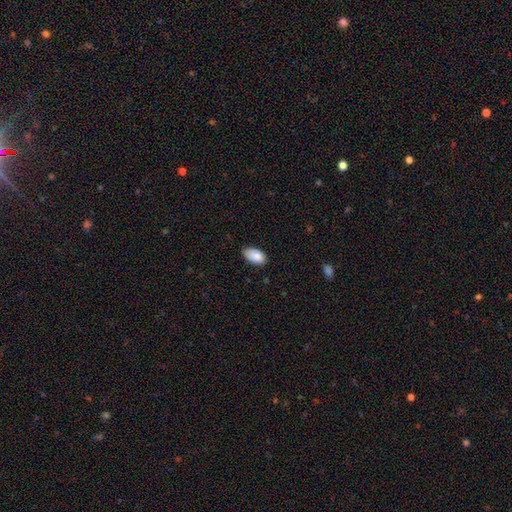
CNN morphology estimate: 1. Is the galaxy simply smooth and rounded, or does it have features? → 87% smooth, 7% star or artifact, 6% featured or disk.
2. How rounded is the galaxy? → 95% in between, 4% round, 2% cigar-shaped.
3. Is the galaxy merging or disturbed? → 71% none, 24% minor disturbance, 4% major disturbance, 1% merger.